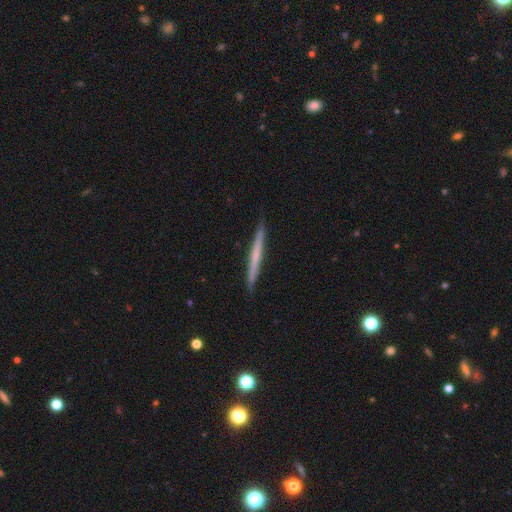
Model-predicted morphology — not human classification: The model was most divided on "smooth or featured": featured or disk: 49%, smooth: 46%, star or artifact: 5%. More confident: merging — none (91%).